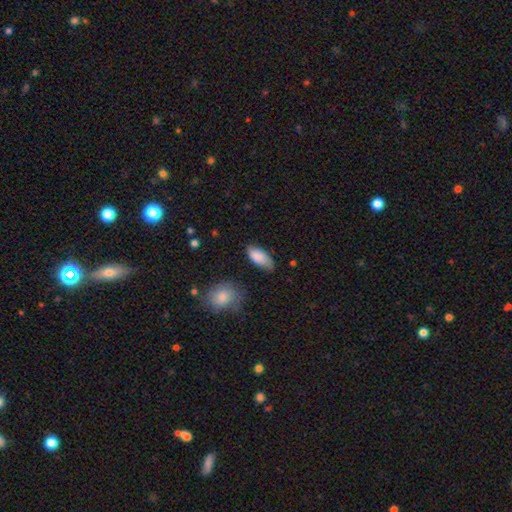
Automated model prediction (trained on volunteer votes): Smooth or featured?
  - smooth: 84% *
  - featured or disk: 9%
  - star or artifact: 7%
How rounded?
  - in between: 90% *
  - cigar-shaped: 7%
  - round: 2%
Merging?
  - none: 68% *
  - minor disturbance: 25%
  - major disturbance: 5%
  - merger: 2%